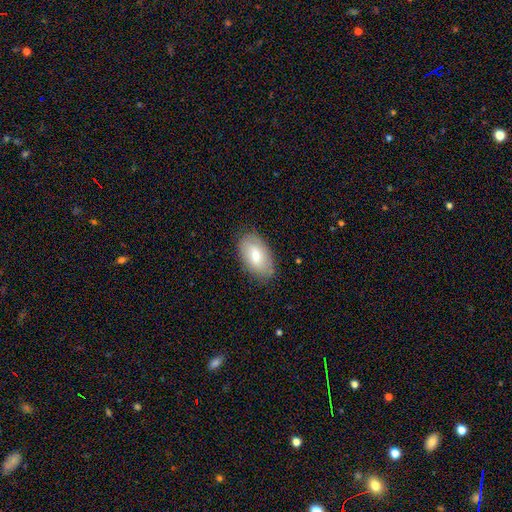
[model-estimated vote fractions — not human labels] Morphology: type=smooth (68%); roundness=in between (93%); merging=none (82%).